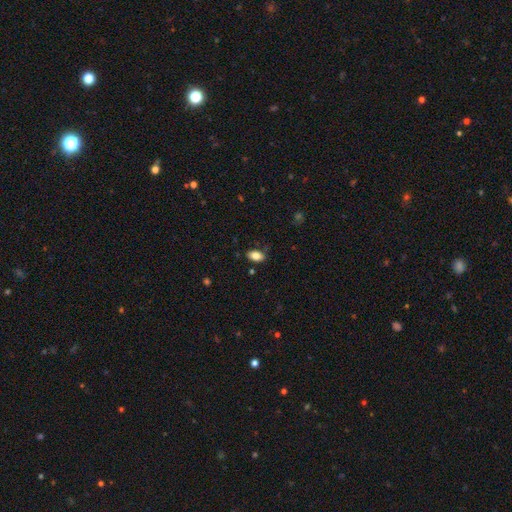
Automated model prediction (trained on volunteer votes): Overall: smooth (82%). How rounded: in between (91%). Merging: none (84%).